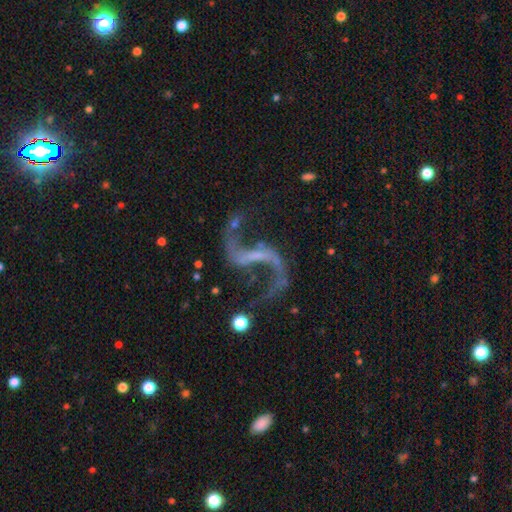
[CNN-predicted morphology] A featured or disk galaxy (91%) with a strong bar (42%), 2 (94%) loose (88%) spiral arms (97%) and no central bulge (56%). Merging: none (71%).